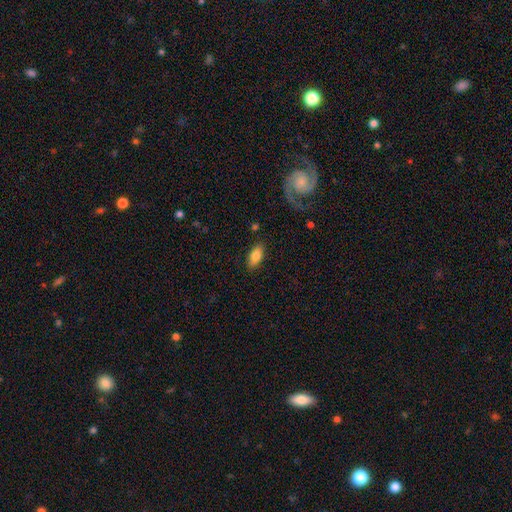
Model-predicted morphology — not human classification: type=smooth (81%); roundness=in between (86%); merging=none (85%).